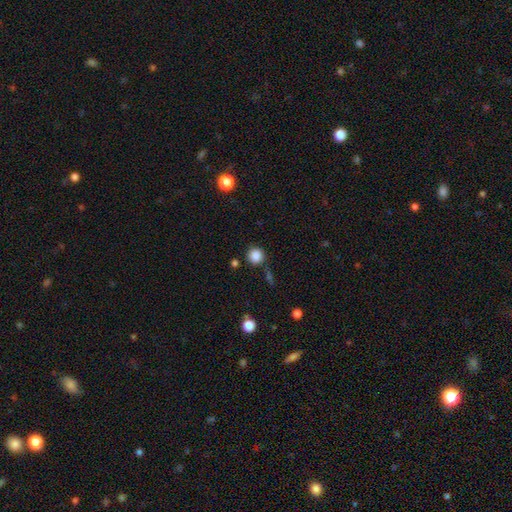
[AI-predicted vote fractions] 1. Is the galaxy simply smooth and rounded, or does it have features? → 86% smooth, 10% star or artifact, 4% featured or disk.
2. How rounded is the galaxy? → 93% round, 6% in between, 1% cigar-shaped.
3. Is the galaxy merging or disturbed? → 81% none, 10% minor disturbance, 5% merger, 3% major disturbance.